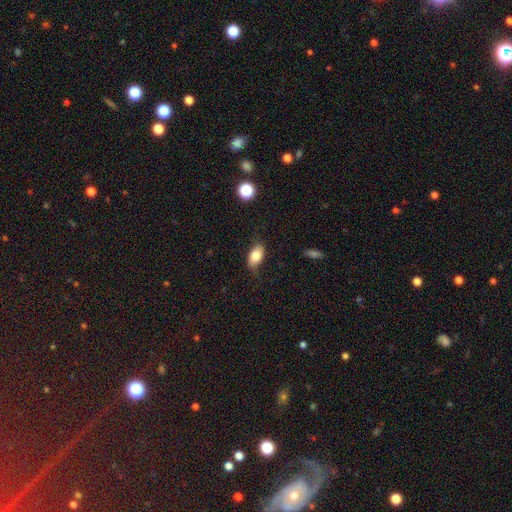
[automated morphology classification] A smooth galaxy with no disk features (78%) that is in between round and cigar-shaped (89%).

Vote fractions:
- Smooth or featured? smooth: 78% / featured or disk: 14% / star or artifact: 8%
- How rounded? in between: 89% / round: 7% / cigar-shaped: 4%
- Merging? none: 77% / minor disturbance: 18% / major disturbance: 4% / merger: 1%